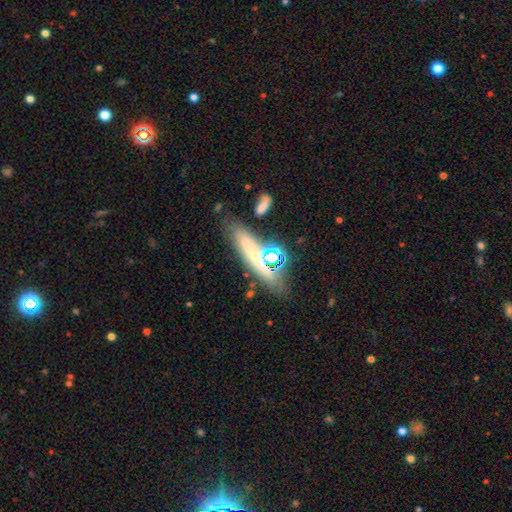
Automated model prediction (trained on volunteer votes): The model was most divided on "smooth or featured": smooth: 46%, featured or disk: 33%, star or artifact: 21%. More confident: merging — none (65%).